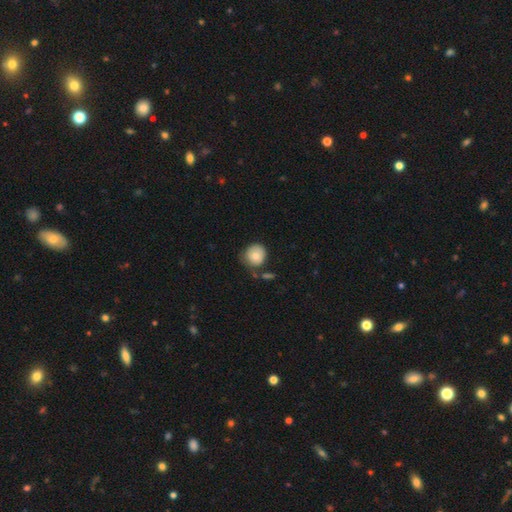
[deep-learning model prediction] This is likely a smooth galaxy (79%). How rounded: clearly round (86%). Merging: likely none (63%).